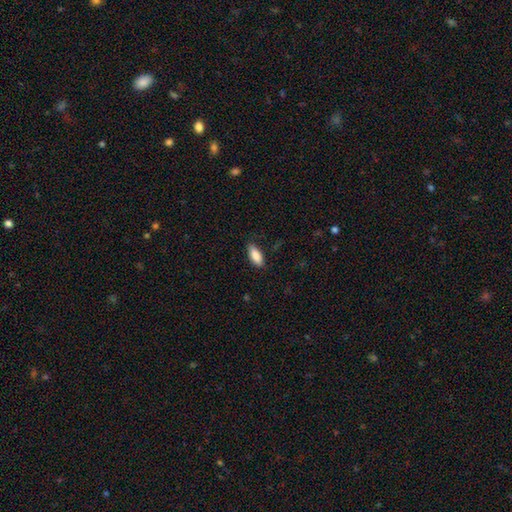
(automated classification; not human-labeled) Morphology: type=smooth (87%); roundness=in between (81%); merging=none (84%).